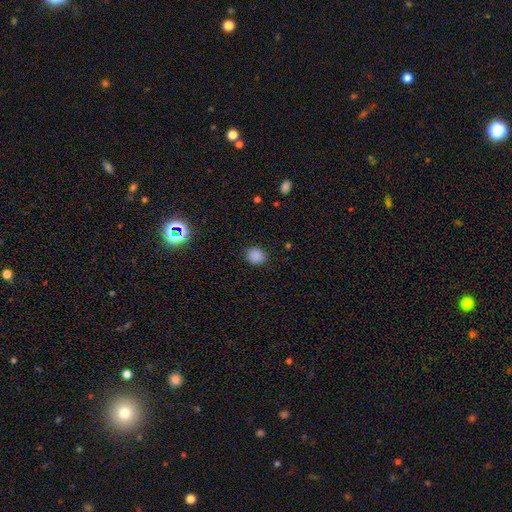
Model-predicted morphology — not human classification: The model was most divided on "how rounded": round: 76%, in between: 23%, cigar-shaped: 1%. More confident: smooth or featured — smooth (85%); merging — none (83%).